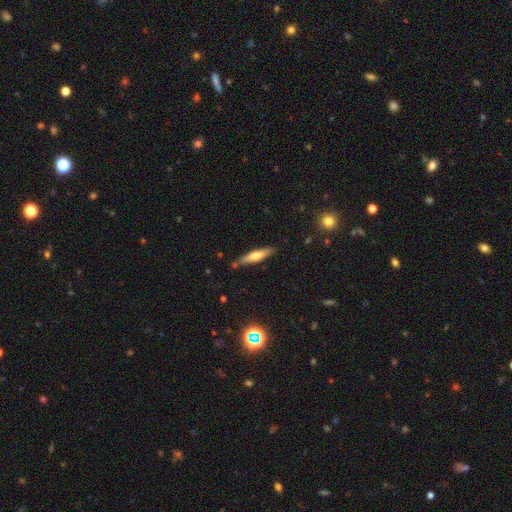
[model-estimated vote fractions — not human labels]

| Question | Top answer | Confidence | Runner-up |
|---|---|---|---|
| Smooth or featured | smooth | 56% | featured or disk (37%) |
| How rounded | cigar-shaped | 85% | in between (14%) |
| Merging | none | 81% | minor disturbance (13%) |